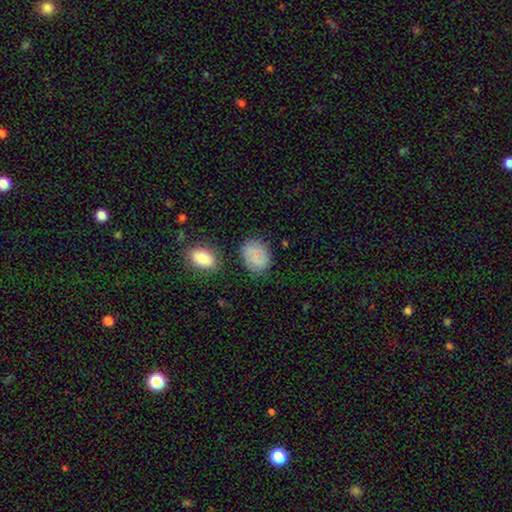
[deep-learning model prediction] smooth-or-featured: smooth: 60% | featured or disk: 31% | star or artifact: 9%
  how-rounded: in between: 54% | round: 45% | cigar-shaped: 1%
  merging: none: 77% | minor disturbance: 16% | major disturbance: 4% | merger: 4%